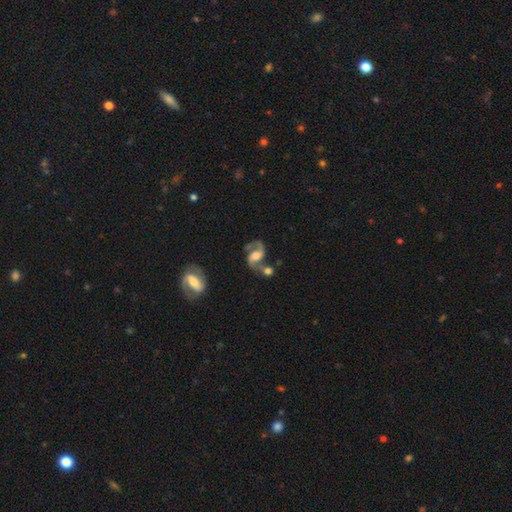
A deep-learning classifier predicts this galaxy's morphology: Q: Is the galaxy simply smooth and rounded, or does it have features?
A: featured or disk — 88%.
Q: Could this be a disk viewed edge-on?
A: no — 97%.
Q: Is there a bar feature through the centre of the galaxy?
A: weak — 43%.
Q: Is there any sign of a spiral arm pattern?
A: yes — 96%.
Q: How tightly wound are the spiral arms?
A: medium — 48%.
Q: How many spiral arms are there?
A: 2 — 92%.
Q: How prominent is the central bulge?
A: moderate — 55%.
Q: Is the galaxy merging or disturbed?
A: none — 53%.